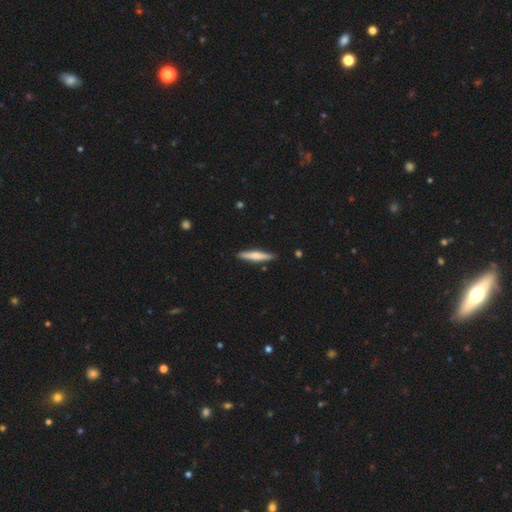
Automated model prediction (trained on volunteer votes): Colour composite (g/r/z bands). It shows a smooth galaxy with no disk features (59%) that is cigar-shaped (90%). Merging: none (89%).